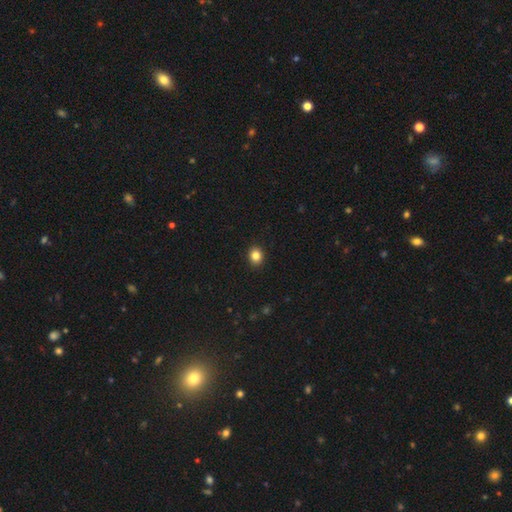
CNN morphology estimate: A smooth galaxy with no disk features (84%) that is round (68%). Merging: none (92%).